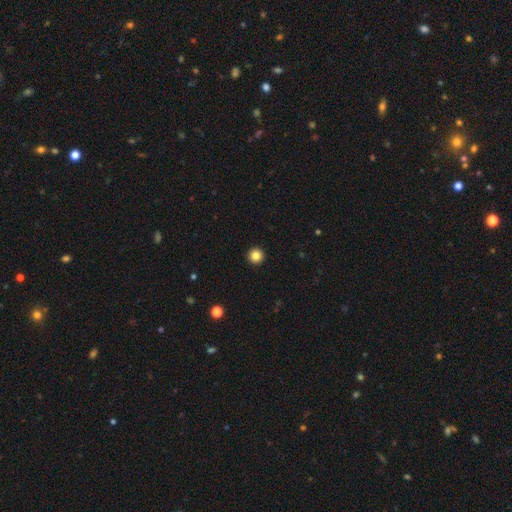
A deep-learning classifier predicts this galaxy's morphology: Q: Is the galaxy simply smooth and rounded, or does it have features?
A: smooth — 85%.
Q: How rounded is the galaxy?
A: round — 97%.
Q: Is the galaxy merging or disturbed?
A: none — 94%.